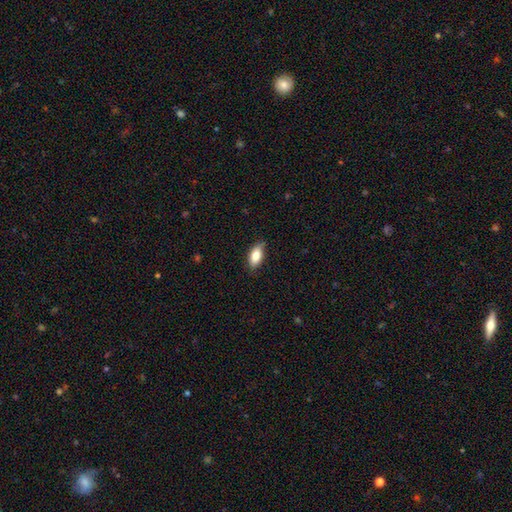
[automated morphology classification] A smooth galaxy with no disk features (82%) that is in between round and cigar-shaped (88%). Merging: none (77%).